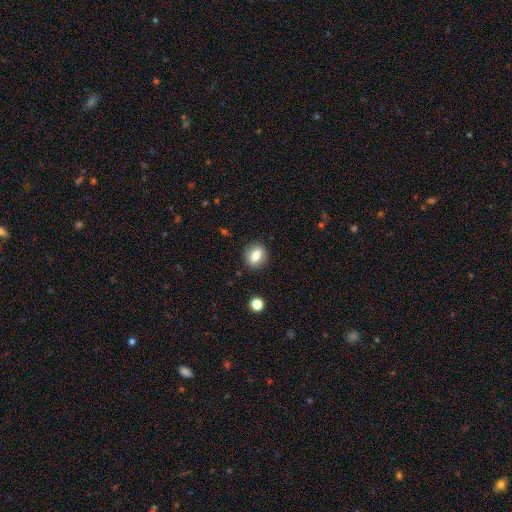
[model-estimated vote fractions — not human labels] Smooth or featured? smooth (78%)
How rounded? in between (52%)
Merging? none (87%)